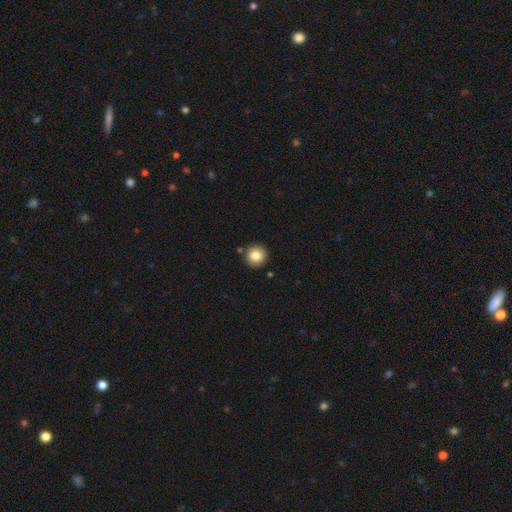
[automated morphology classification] Smooth or featured?
  - smooth: 85% *
  - star or artifact: 9%
  - featured or disk: 6%
How rounded?
  - round: 96% *
  - in between: 4%
  - cigar-shaped: 1%
Merging?
  - none: 88% *
  - minor disturbance: 7%
  - merger: 4%
  - major disturbance: 2%